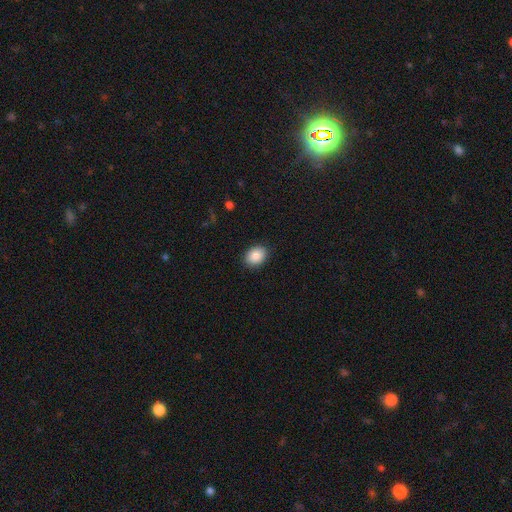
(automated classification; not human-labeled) This is clearly a smooth galaxy (88%). How rounded: likely in between (66%). Merging: clearly none (89%).